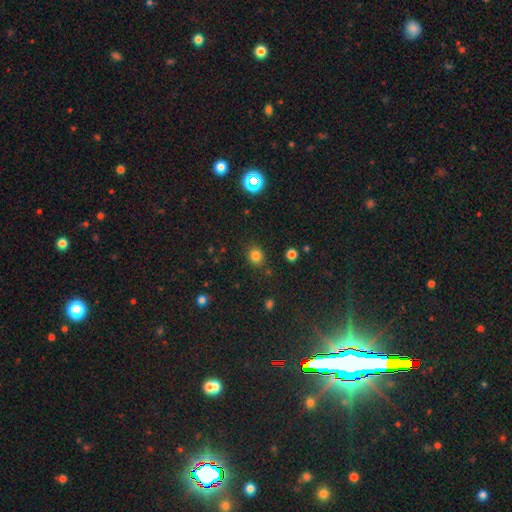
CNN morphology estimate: smooth 80%, star or artifact 15%, featured or disk 5%. Down the decision tree: how rounded — round (74%); merging — none (84%).